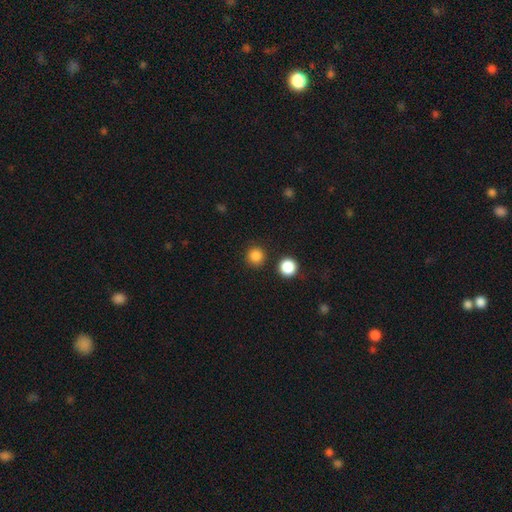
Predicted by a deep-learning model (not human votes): This appears to be a smooth galaxy with no disk features (85%) that is round (94%). Merging: none (88%).